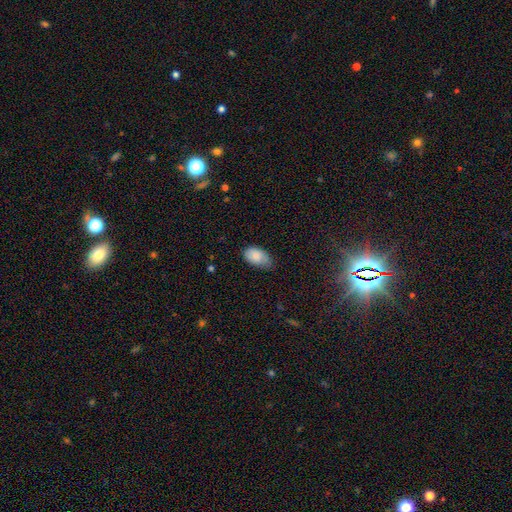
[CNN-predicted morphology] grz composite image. It shows a smooth galaxy with no disk features (85%) that is in between round and cigar-shaped (92%). Merging: none (50%).